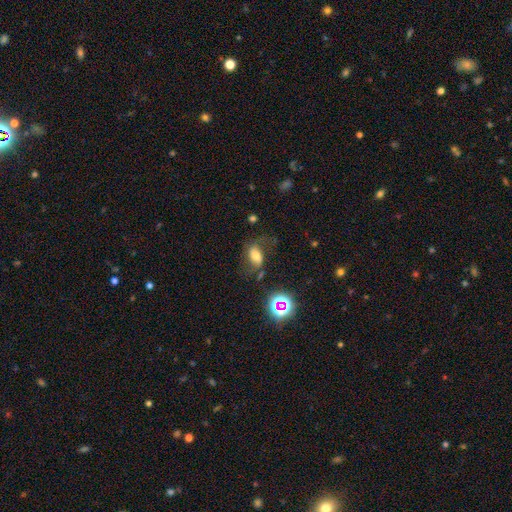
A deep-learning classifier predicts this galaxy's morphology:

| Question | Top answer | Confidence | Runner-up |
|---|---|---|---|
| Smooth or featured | smooth | 47% | featured or disk (35%) |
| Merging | none | 53% | minor disturbance (22%) |